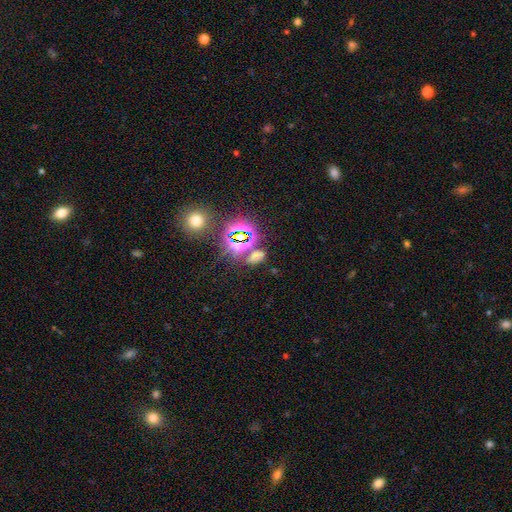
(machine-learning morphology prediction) This is possibly a star or artifact rather than a galaxy (49%).